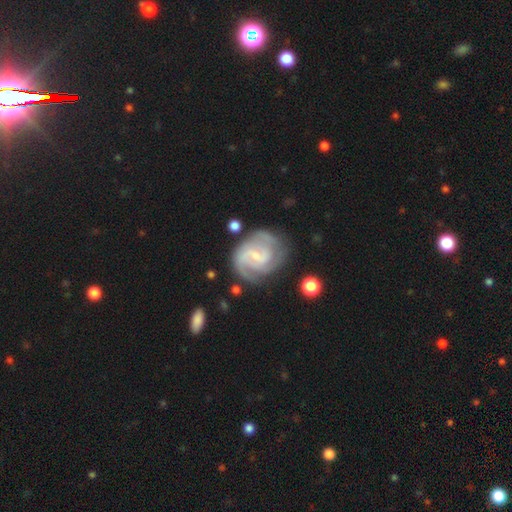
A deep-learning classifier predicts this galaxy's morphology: The model was most divided on "spiral winding": medium: 46%, tight: 38%, loose: 15%. Remaining: edge-on disk — no (98%); spiral arms — yes (95%); smooth or featured — featured or disk (84%); bulge size — small (75%); merging — none (66%); bar — weak (51%); spiral arm count — 2 (50%).